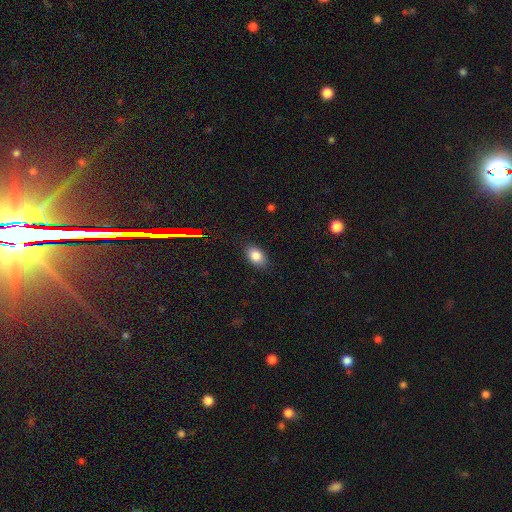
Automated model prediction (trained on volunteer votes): This is clearly a smooth galaxy (82%). How rounded: clearly in between (87%). Merging: clearly none (85%).